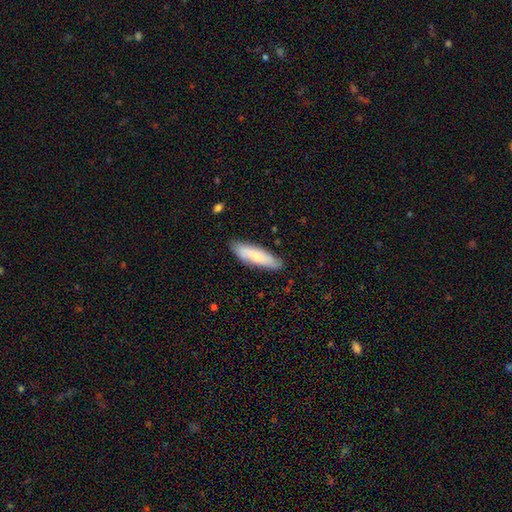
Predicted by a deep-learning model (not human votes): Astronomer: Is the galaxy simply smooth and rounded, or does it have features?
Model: smooth — 72%.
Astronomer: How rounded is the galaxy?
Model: cigar-shaped — 63%.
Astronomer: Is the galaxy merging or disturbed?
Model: none — 84%.